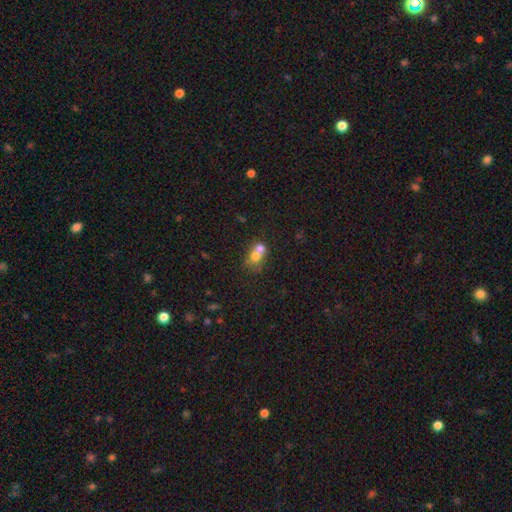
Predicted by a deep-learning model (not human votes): Smooth or featured?
  - smooth: 67% *
  - featured or disk: 22%
  - star or artifact: 12%
How rounded?
  - round: 58% *
  - in between: 41%
  - cigar-shaped: 1%
Merging?
  - merger: 68% *
  - none: 21%
  - minor disturbance: 6%
  - major disturbance: 4%